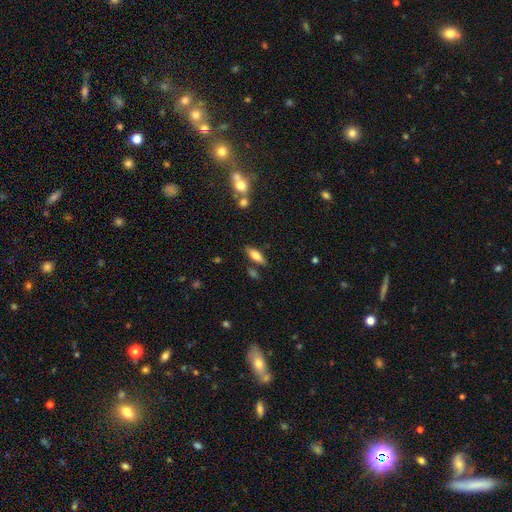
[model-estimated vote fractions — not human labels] Smooth or featured? smooth (66%)
How rounded? in between (61%)
Merging? none (78%)